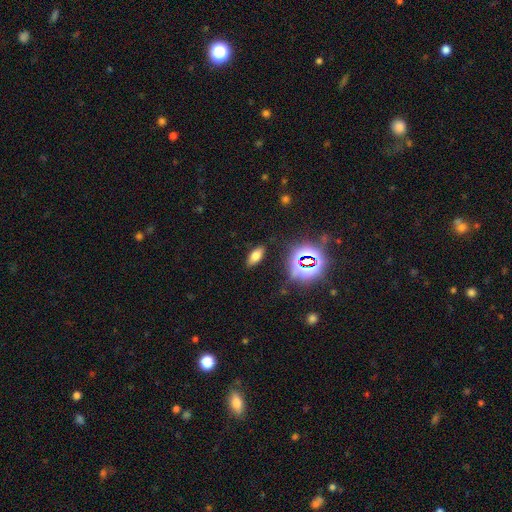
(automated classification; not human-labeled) This is likely a smooth galaxy (64%). How rounded: clearly in between (84%). Merging: clearly none (87%).